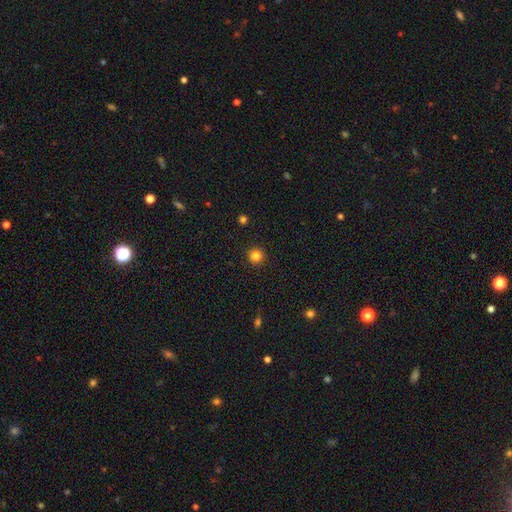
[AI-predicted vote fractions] A smooth galaxy with no disk features (83%) that is round (95%).

Vote fractions:
- Smooth or featured? smooth: 83% / star or artifact: 13% / featured or disk: 4%
- How rounded? round: 95% / in between: 4% / cigar-shaped: 1%
- Merging? none: 93% / minor disturbance: 5% / major disturbance: 2% / merger: 1%